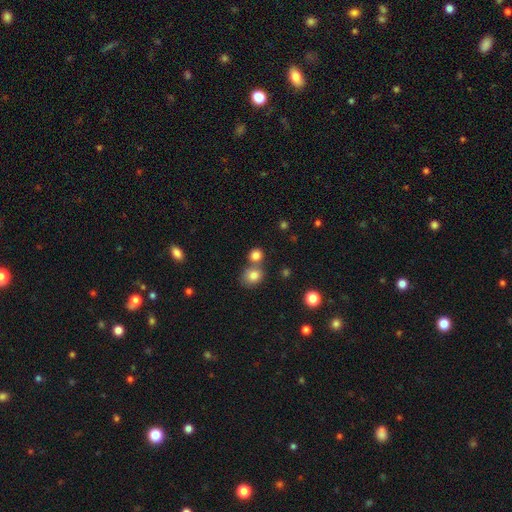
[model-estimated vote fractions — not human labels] Q: Smooth or featured?
A: smooth (81%); runner-up: star or artifact (13%)
Q: How rounded?
A: round (83%); runner-up: in between (16%)
Q: Merging?
A: none (58%); runner-up: merger (32%)